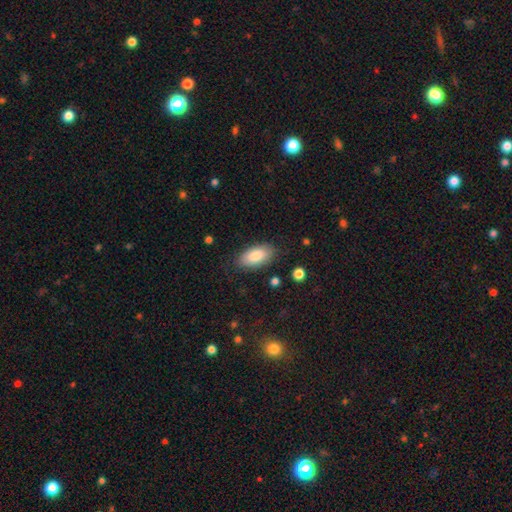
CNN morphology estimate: smooth 84%, featured or disk 10%, star or artifact 6%. Down the decision tree: how rounded — in between (93%); merging — none (83%).